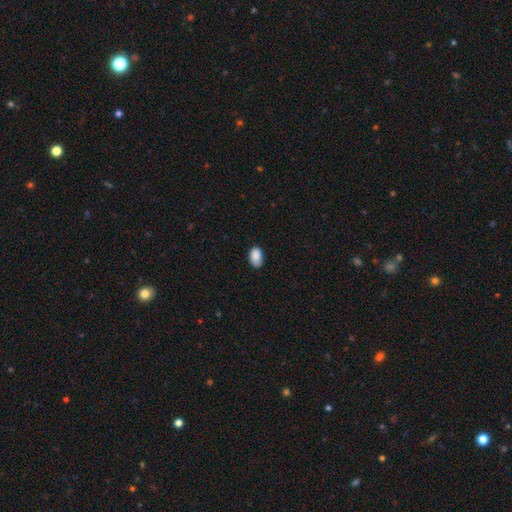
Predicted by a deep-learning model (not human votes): A smooth galaxy with no disk features (89%) that is in between round and cigar-shaped (93%).

Vote fractions:
- Smooth or featured? smooth: 89% / star or artifact: 7% / featured or disk: 4%
- How rounded? in between: 93% / round: 6% / cigar-shaped: 1%
- Merging? none: 80% / minor disturbance: 16% / major disturbance: 2% / merger: 1%